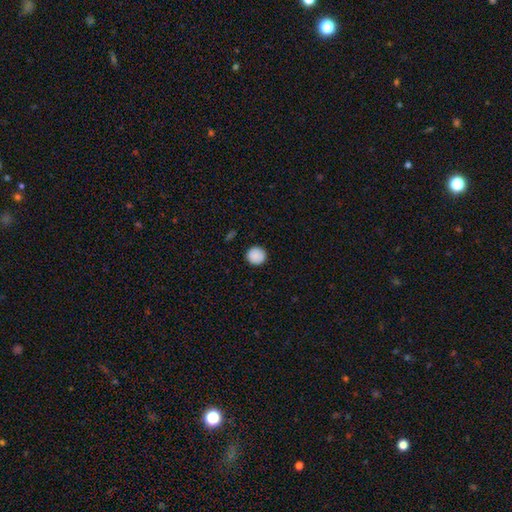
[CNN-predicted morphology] This is clearly a smooth galaxy (89%). How rounded: clearly round (94%). Merging: clearly none (91%).